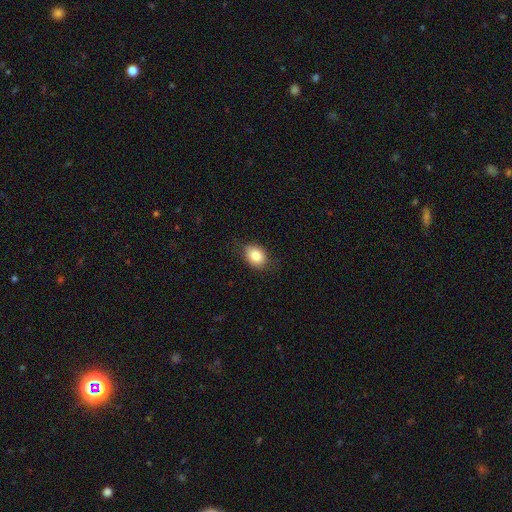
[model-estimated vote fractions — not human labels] smooth 85%, star or artifact 8%, featured or disk 7%. Down the decision tree: how rounded — in between (71%); merging — none (80%).